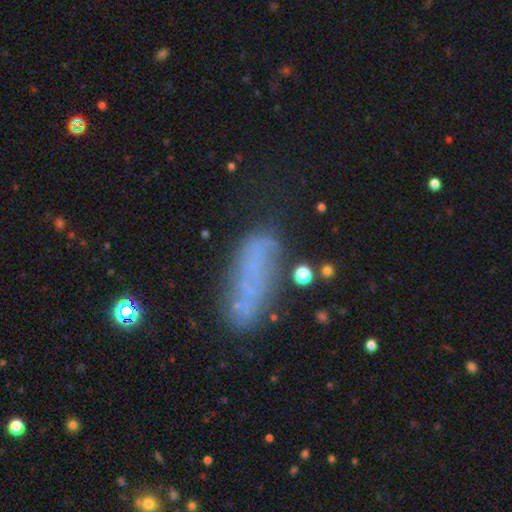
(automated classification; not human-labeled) smooth_or_featured: smooth (p=0.42) [alt: featured or disk p=0.41]
merging: none (p=0.43) [alt: major disturbance p=0.24]